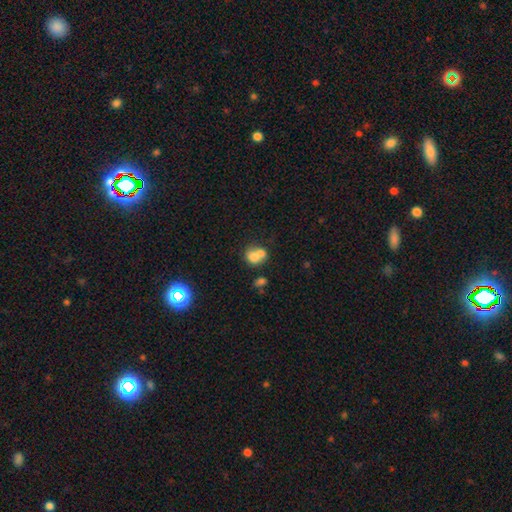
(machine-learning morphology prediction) This appears to be a smooth galaxy with no disk features (70%) that is round (58%). Merging: merger (63%).